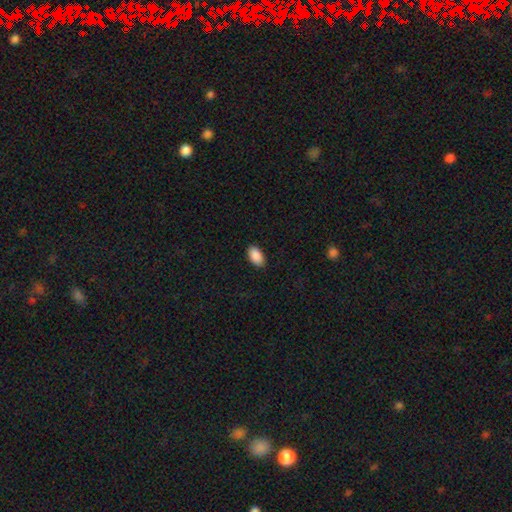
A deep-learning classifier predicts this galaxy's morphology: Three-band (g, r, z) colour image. It shows a smooth galaxy with no disk features (90%) that is in between round and cigar-shaped (95%). Merging: none (88%).